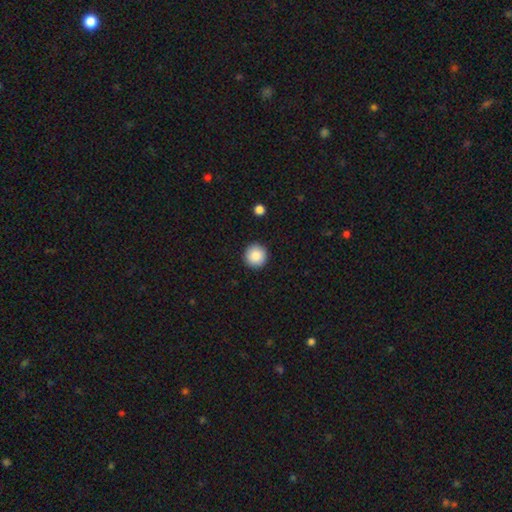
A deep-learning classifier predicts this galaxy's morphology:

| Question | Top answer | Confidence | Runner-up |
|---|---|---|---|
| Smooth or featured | smooth | 88% | star or artifact (8%) |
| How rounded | round | 96% | in between (3%) |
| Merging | none | 92% | minor disturbance (5%) |